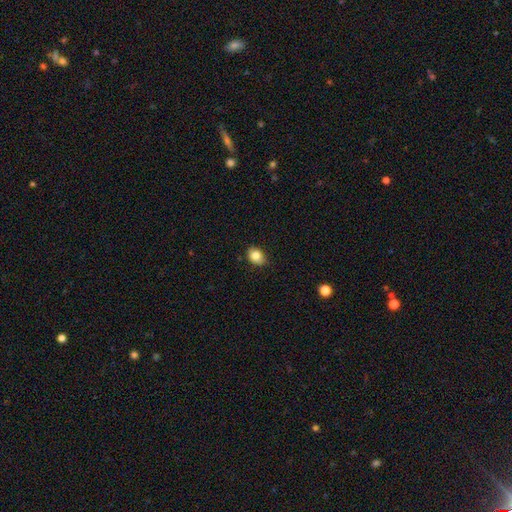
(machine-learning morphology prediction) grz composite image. It shows a smooth galaxy with no disk features (83%) that is in between round and cigar-shaped (62%). Merging: none (75%).